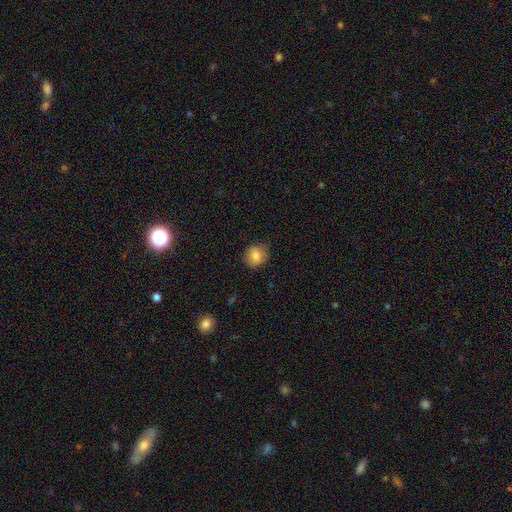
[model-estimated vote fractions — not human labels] Q: Smooth or featured?
A: smooth (79%); runner-up: featured or disk (11%)
Q: How rounded?
A: round (77%); runner-up: in between (22%)
Q: Merging?
A: none (83%); runner-up: minor disturbance (13%)